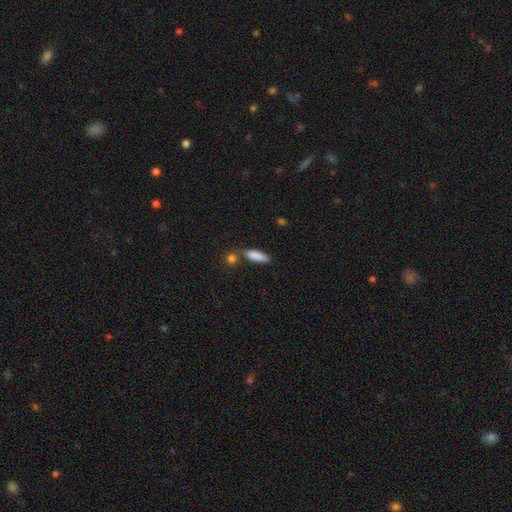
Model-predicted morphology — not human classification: A smooth galaxy with no disk features (86%) that is in between round and cigar-shaped (51%). Merging: none (66%).